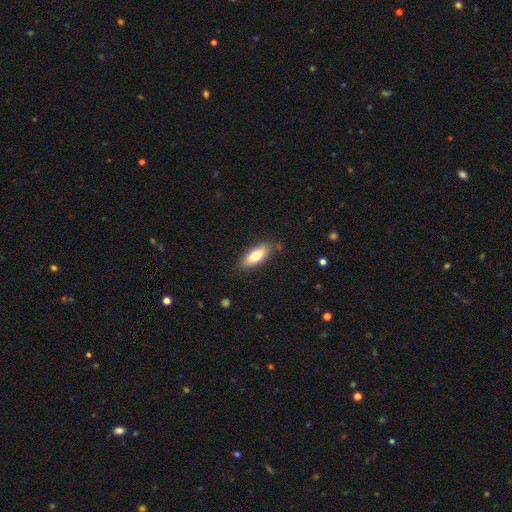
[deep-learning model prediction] The model was most divided on "how rounded": in between: 76%, cigar-shaped: 22%, round: 2%. More confident: merging — none (83%); smooth or featured — smooth (74%).